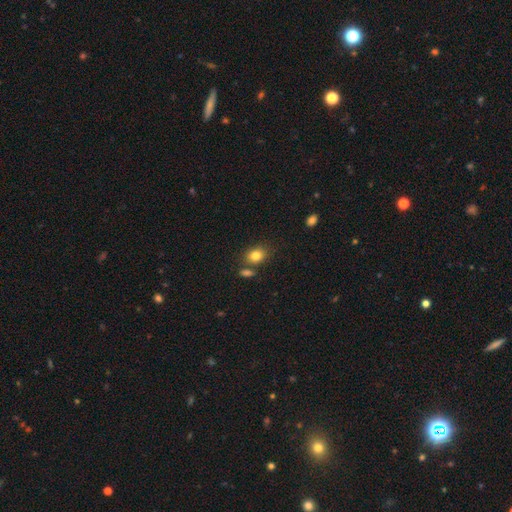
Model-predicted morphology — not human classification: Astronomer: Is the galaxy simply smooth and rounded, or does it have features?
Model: smooth — 82%.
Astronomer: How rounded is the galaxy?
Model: in between — 57% (runner-up: round, 42%).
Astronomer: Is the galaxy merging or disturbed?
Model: none — 69%.